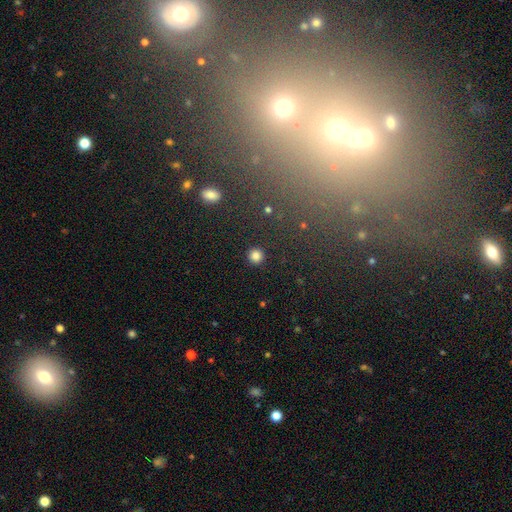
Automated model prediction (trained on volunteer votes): smooth-or-featured: smooth: 83% | star or artifact: 13% | featured or disk: 4%
  how-rounded: round: 95% | in between: 4% | cigar-shaped: 1%
  merging: none: 92% | minor disturbance: 5% | major disturbance: 2% | merger: 1%